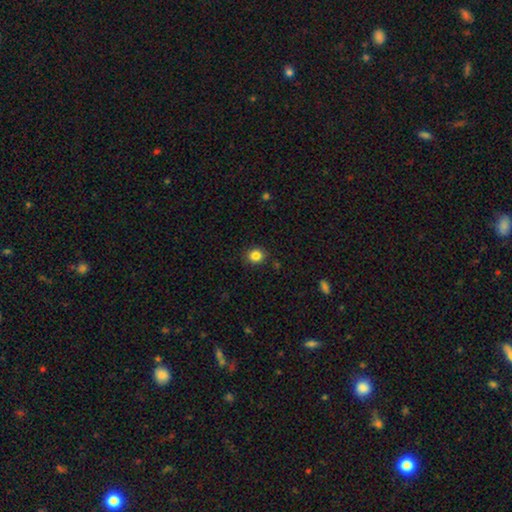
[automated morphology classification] A smooth galaxy with no disk features (84%) that is round (79%). Merging: none (89%).